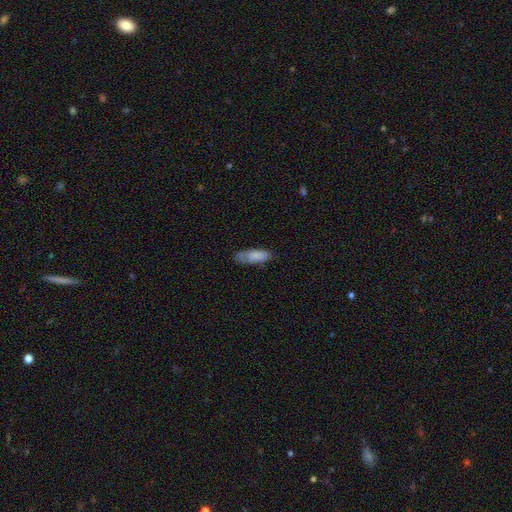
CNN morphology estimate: smooth-or-featured: smooth: 83% | featured or disk: 11% | star or artifact: 6%
  how-rounded: in between: 66% | cigar-shaped: 32% | round: 2%
  merging: none: 66% | minor disturbance: 26% | major disturbance: 6% | merger: 2%